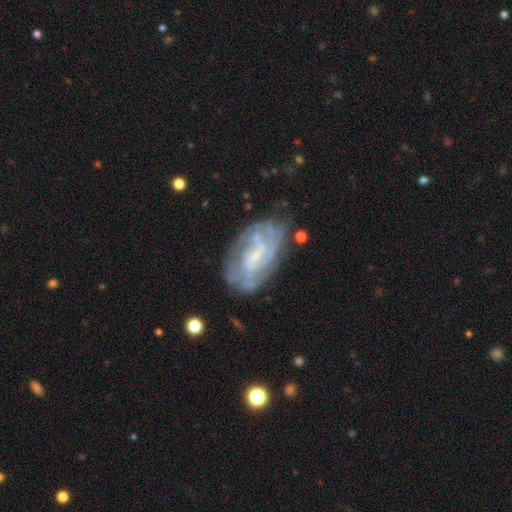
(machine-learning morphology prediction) type=featured or disk (75%); edge-on=no (95%); bar=weak (48%); spiral arms=yes (77%); winding=tight (54%); arm count=can't tell (53%); bulge=small (46%); merging=none (64%).